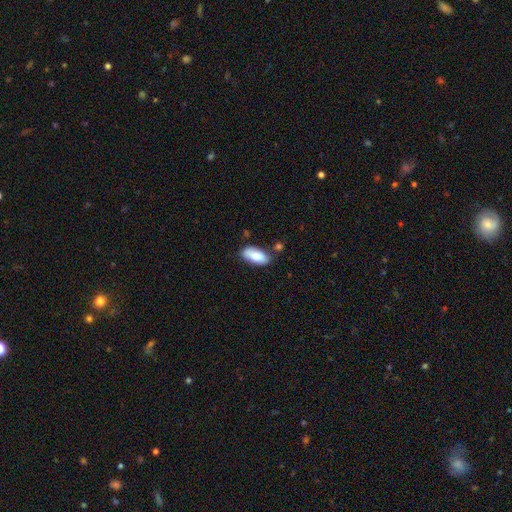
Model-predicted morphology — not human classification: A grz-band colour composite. It shows a smooth galaxy with no disk features (84%) that is in between round and cigar-shaped (87%). Merging: none (74%).